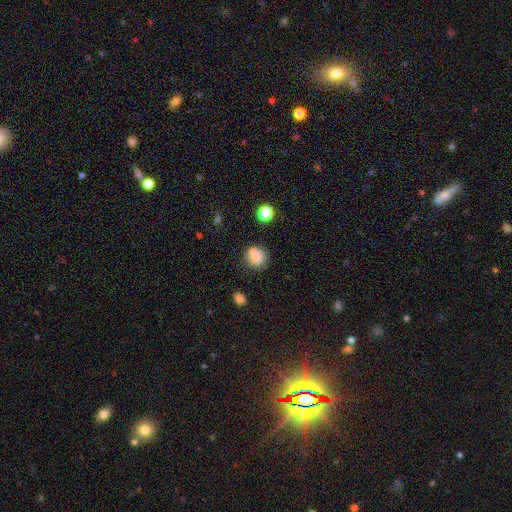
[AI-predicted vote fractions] Overall: smooth (73%). How rounded: round (89%). Merging: none (67%).